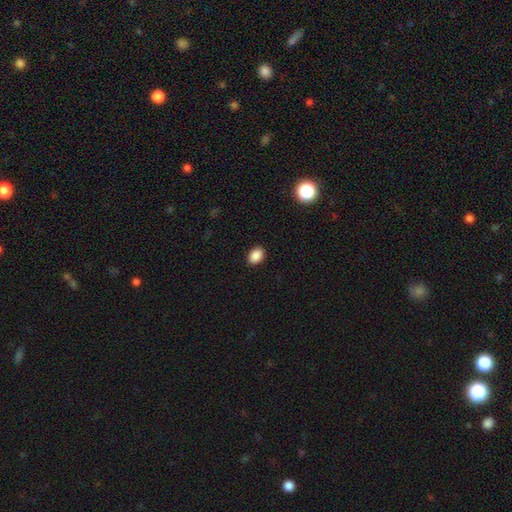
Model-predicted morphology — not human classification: Smooth or featured? smooth (88%)
How rounded? in between (81%)
Merging? none (90%)